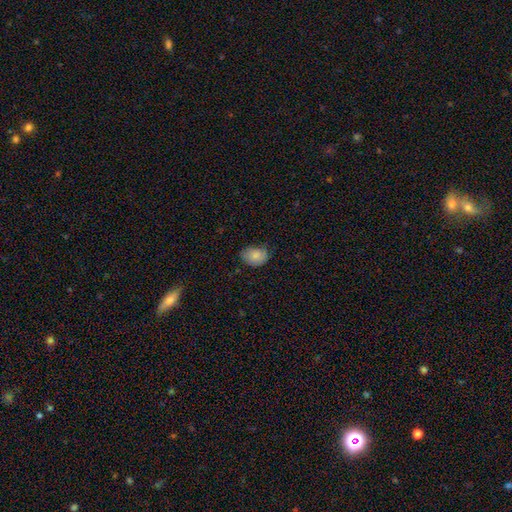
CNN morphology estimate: Smooth or featured? Predicted: smooth (p=0.83). How rounded? Predicted: in between (p=0.71). Merging? Predicted: none (p=0.64).